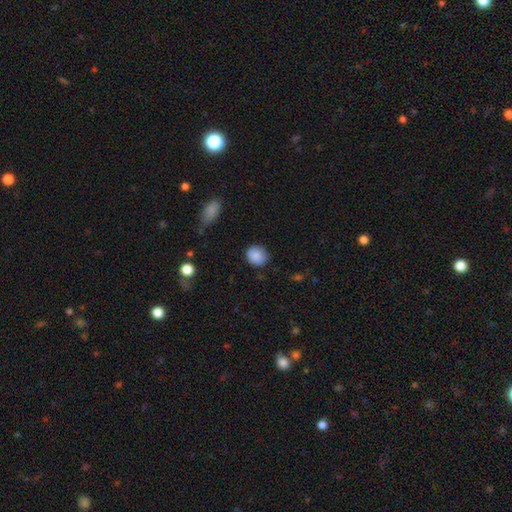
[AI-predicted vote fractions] Q: Smooth or featured?
A: smooth (88%); runner-up: star or artifact (8%)
Q: How rounded?
A: round (78%); runner-up: in between (21%)
Q: Merging?
A: none (82%); runner-up: minor disturbance (13%)